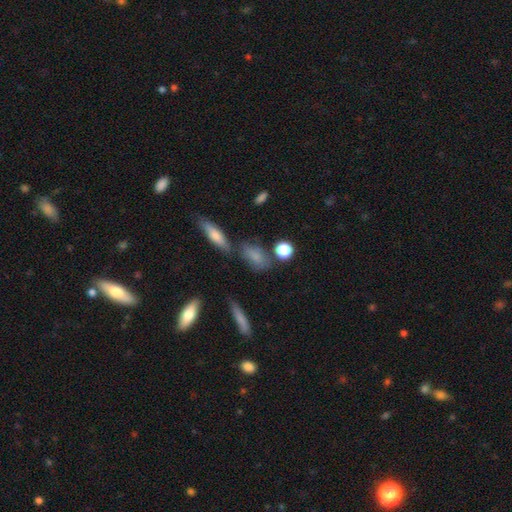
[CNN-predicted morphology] Overall: smooth (76%). How rounded: in between (66%). Merging: none (57%; minor disturbance 21%).